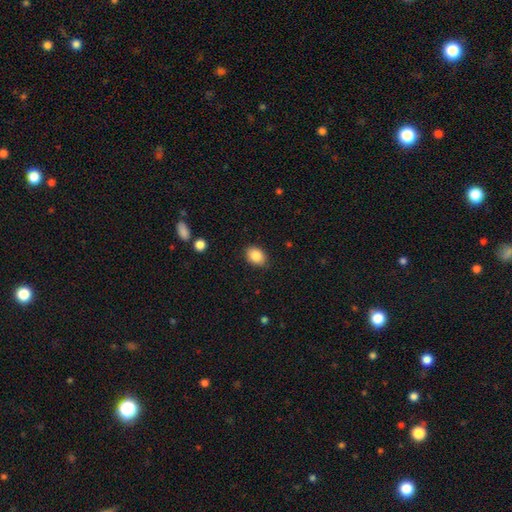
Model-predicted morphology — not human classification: smooth 86%, star or artifact 8%, featured or disk 6%. Down the decision tree: how rounded — in between (71%); merging — none (85%).